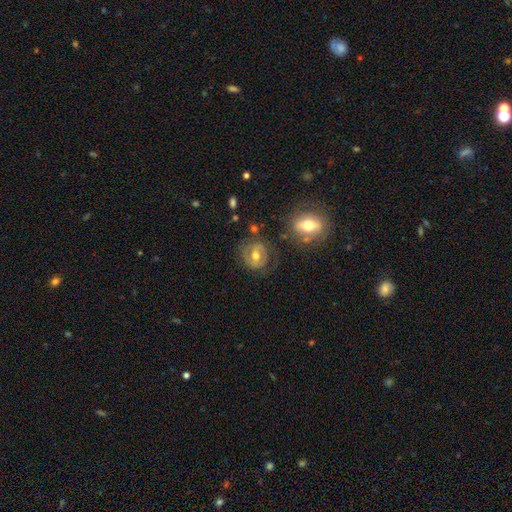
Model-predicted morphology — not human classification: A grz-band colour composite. It shows a featured or disk galaxy (53%) with no bar (47%), no spiral arms (54%) and a moderate central bulge (76%). Merging: none (69%).